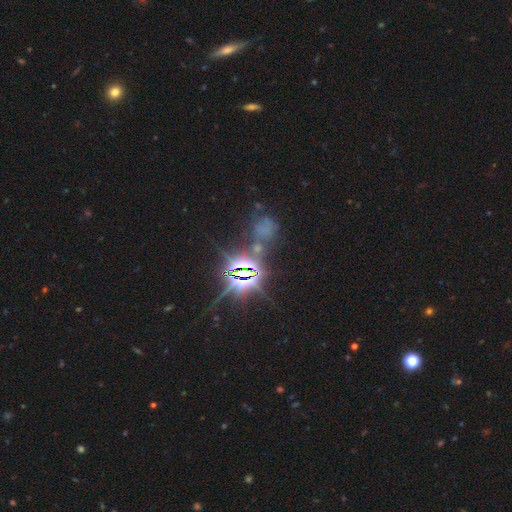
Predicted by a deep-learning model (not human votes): This appears to be a star or artifact, not a galaxy (71%).